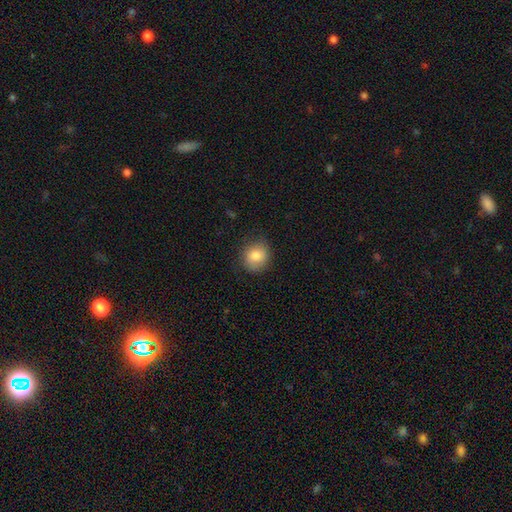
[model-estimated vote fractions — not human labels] Smooth or featured? smooth (83%)
How rounded? round (79%)
Merging? none (82%)